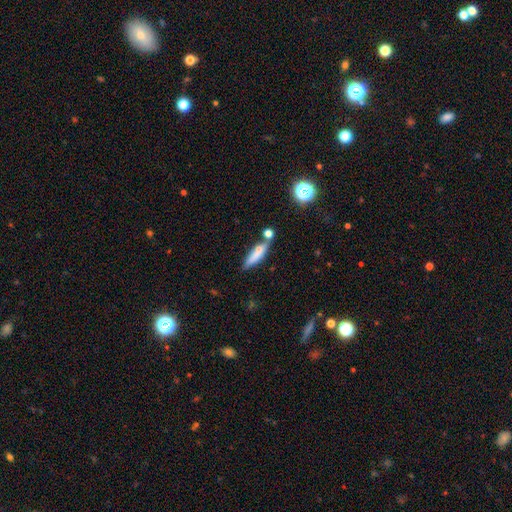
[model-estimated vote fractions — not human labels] Smooth or featured? smooth (71%)
How rounded? cigar-shaped (67%)
Merging? none (58%)